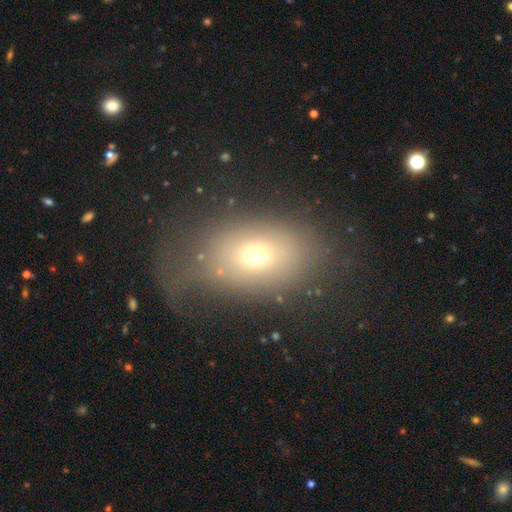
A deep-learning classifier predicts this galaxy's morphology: The model was most divided on "merging": none: 46%, major disturbance: 28%, minor disturbance: 22%, merger: 3%. More confident: how rounded — in between (70%); smooth or featured — smooth (64%).